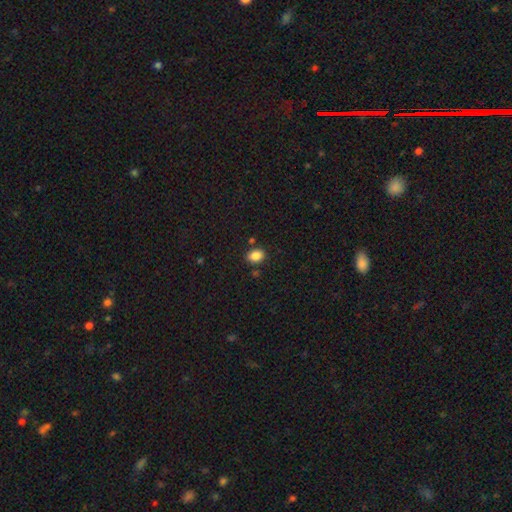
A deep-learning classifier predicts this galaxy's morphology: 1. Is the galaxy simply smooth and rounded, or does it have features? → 86% smooth, 10% star or artifact, 4% featured or disk.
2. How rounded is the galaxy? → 68% in between, 31% round, 1% cigar-shaped.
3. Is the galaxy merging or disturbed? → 82% none, 11% minor disturbance, 5% merger, 3% major disturbance.